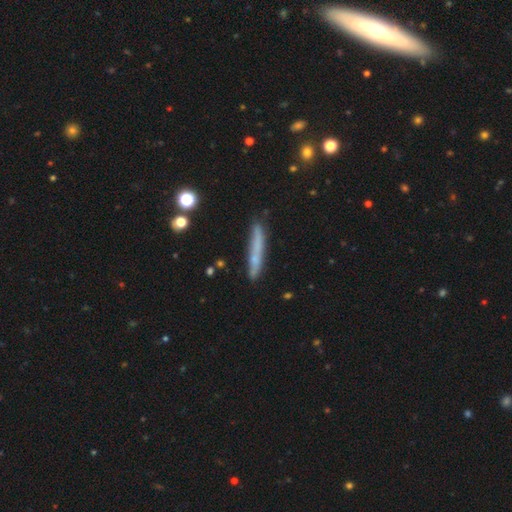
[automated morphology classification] A smooth galaxy with no disk features (57%) that is cigar-shaped (94%).

Vote fractions:
- Smooth or featured? smooth: 57% / featured or disk: 34% / star or artifact: 9%
- How rounded? cigar-shaped: 94% / in between: 4% / round: 2%
- Merging? none: 79% / minor disturbance: 15% / major disturbance: 3% / merger: 3%